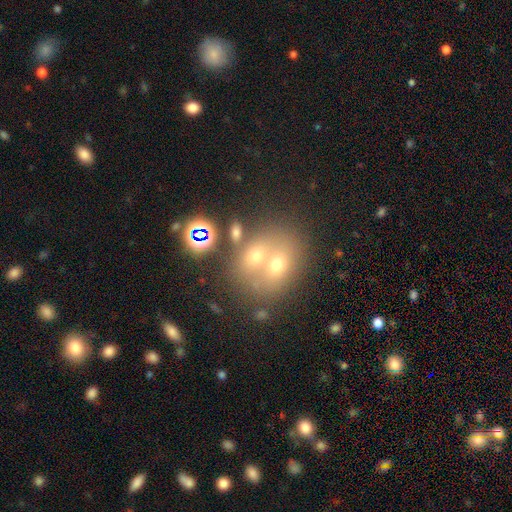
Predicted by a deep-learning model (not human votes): This is possibly a smooth galaxy (60%). How rounded: possibly in between (53%). Merging: possibly merger (55%).